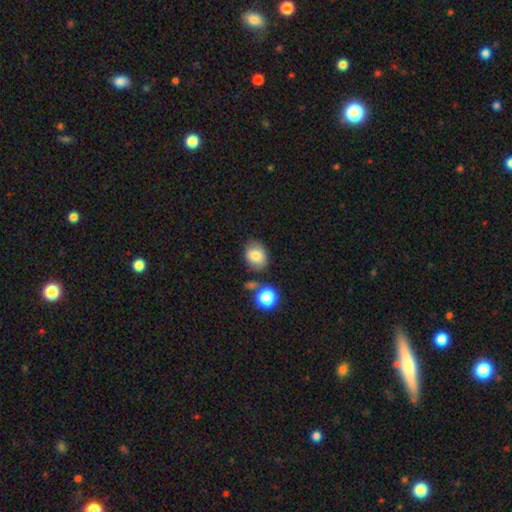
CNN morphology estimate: A smooth galaxy with no disk features (80%) that is in between round and cigar-shaped (53%). Merging: none (73%).